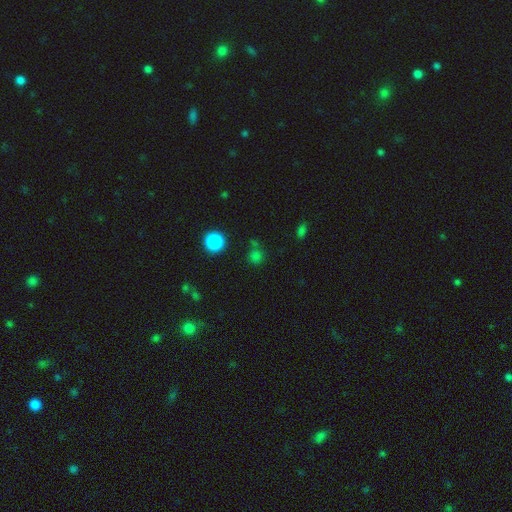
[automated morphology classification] Smooth or featured? Predicted: smooth (p=0.68). How rounded? Predicted: round (p=0.90). Merging? Predicted: none (p=0.74).